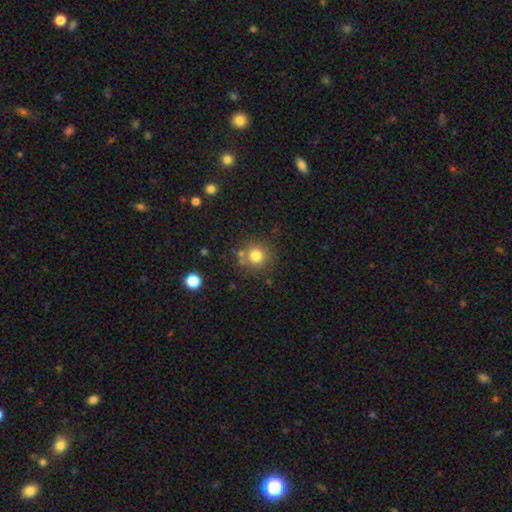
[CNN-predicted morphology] Overall: smooth (78%). How rounded: round (92%). Merging: none (74%).